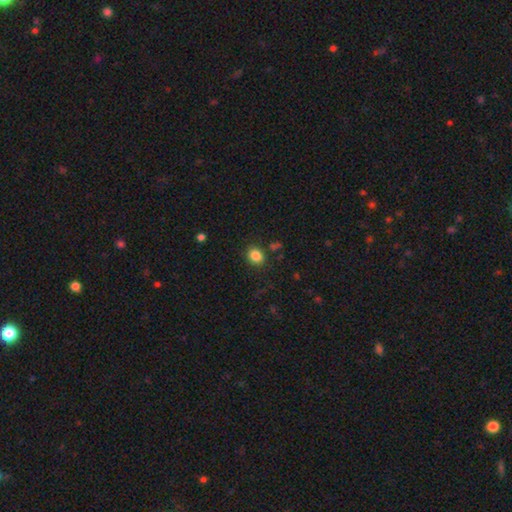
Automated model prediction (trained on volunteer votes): This is clearly a smooth galaxy (85%). How rounded: possibly round (57%). Merging: clearly none (84%).